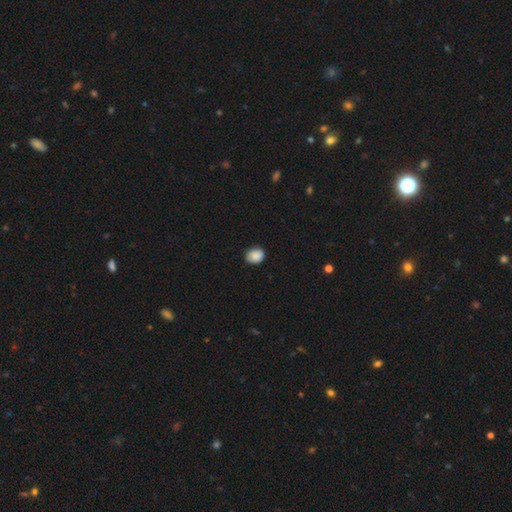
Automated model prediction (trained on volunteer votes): A smooth galaxy with no disk features (86%) that is in between round and cigar-shaped (50%).

Vote fractions:
- Smooth or featured? smooth: 86% / star or artifact: 8% / featured or disk: 6%
- How rounded? in between: 50% / round: 49% / cigar-shaped: 1%
- Merging? none: 80% / minor disturbance: 16% / major disturbance: 2% / merger: 1%